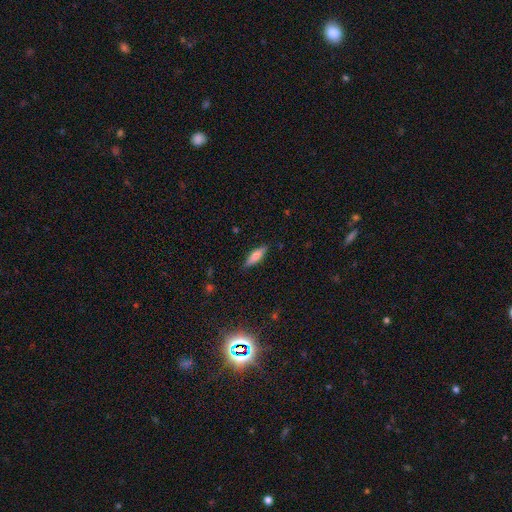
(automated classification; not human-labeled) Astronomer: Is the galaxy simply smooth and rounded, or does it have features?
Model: smooth — 66%.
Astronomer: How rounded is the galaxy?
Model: cigar-shaped — 58% (runner-up: in between, 40%).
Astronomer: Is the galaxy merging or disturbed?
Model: none — 87%.